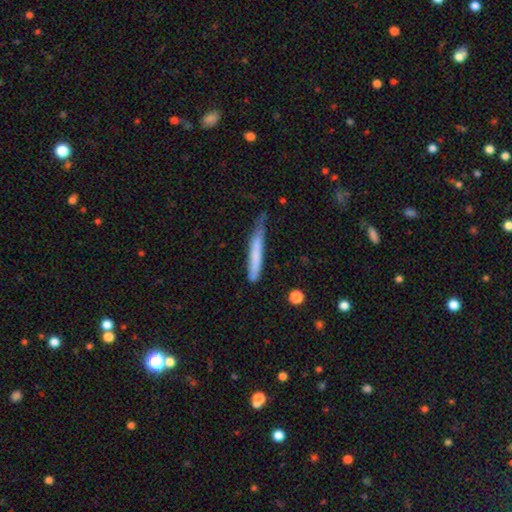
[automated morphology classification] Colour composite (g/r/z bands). It shows a smooth galaxy with no disk features (64%) that is cigar-shaped (95%). Merging: none (49%).